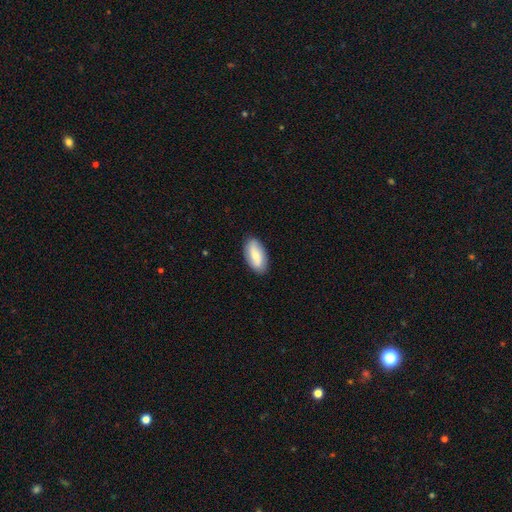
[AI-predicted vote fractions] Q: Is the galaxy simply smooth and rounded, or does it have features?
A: smooth — 65%.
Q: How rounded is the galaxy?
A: in between — 92%.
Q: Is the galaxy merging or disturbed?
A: none — 87%.